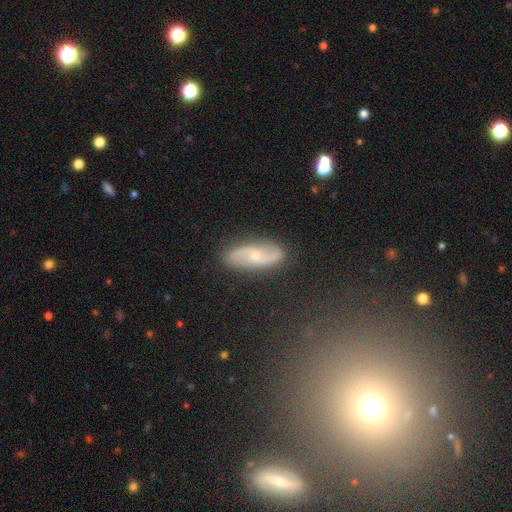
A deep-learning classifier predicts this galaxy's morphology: smooth-or-featured: featured or disk: 73% | smooth: 20% | star or artifact: 7%
  disk-edge-on: no: 92% | yes: 8%
    bar: no: 59% | weak: 33% | strong: 8%
    has-spiral-arms: yes: 93% | no: 7%
      spiral-winding: loose: 54% | medium: 32% | tight: 14%
      spiral-arm-count: 2: 91% | can't tell: 5% | 1: 1% | 3: 1% | 4: 1% | more than 4: 1%
    bulge-size: small: 56% | moderate: 37% | none: 4% | large: 2% | dominant: 1%
  merging: none: 85% | minor disturbance: 11% | major disturbance: 3% | merger: 2%